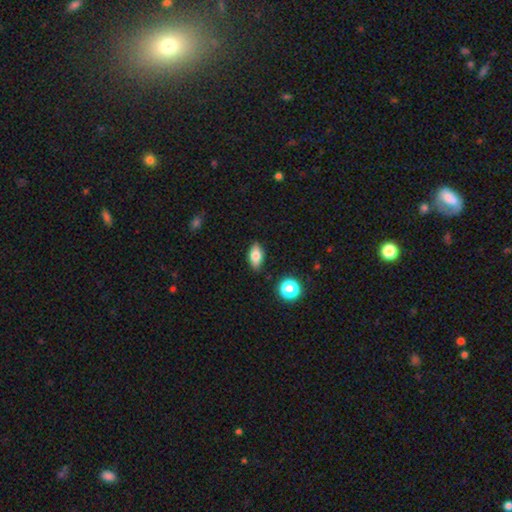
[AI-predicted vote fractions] Smooth or featured? Predicted: smooth (p=0.74). How rounded? Predicted: in between (p=0.83). Merging? Predicted: none (p=0.86).